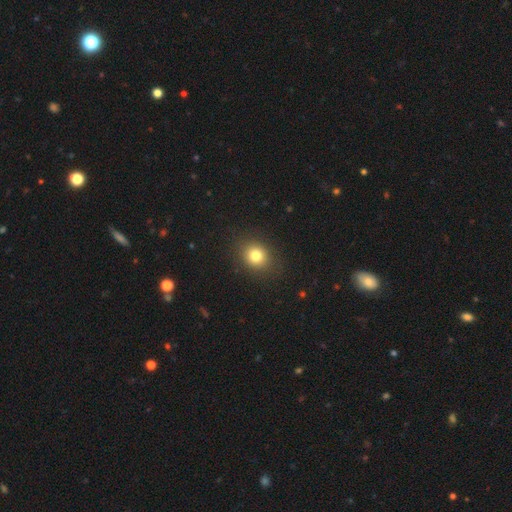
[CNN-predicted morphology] This appears to be a smooth galaxy with no disk features (79%) that is round (67%). Merging: none (88%).